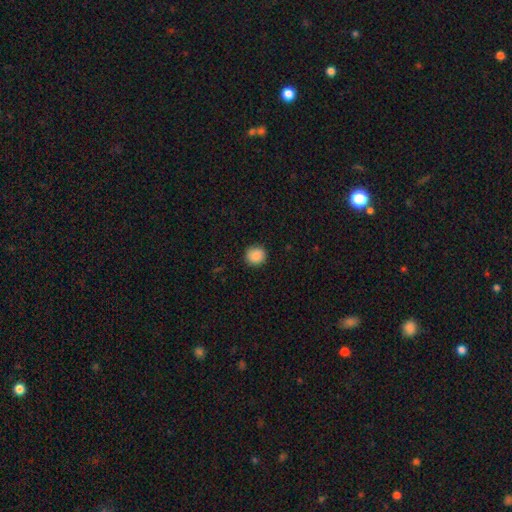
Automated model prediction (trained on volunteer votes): smooth-or-featured: smooth: 87% | star or artifact: 8% | featured or disk: 4%
  how-rounded: round: 92% | in between: 7% | cigar-shaped: 1%
  merging: none: 91% | minor disturbance: 7% | major disturbance: 2% | merger: 1%